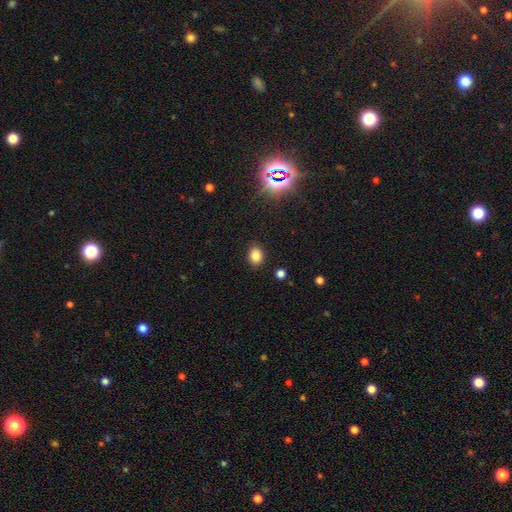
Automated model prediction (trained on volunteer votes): Morphology: type=smooth (83%); roundness=in between (57%); merging=none (87%).